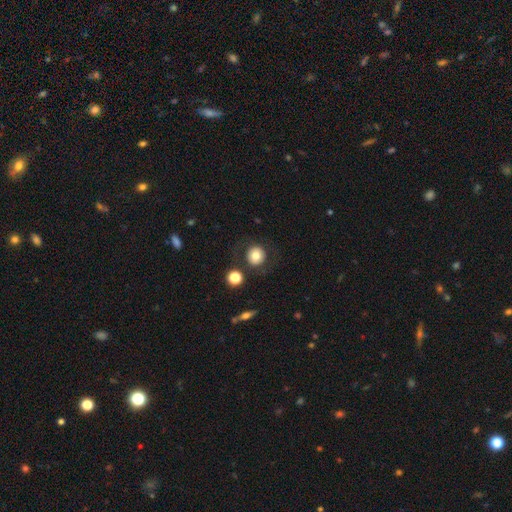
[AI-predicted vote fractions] This is likely a smooth galaxy (74%). How rounded: clearly round (90%). Merging: clearly none (81%).